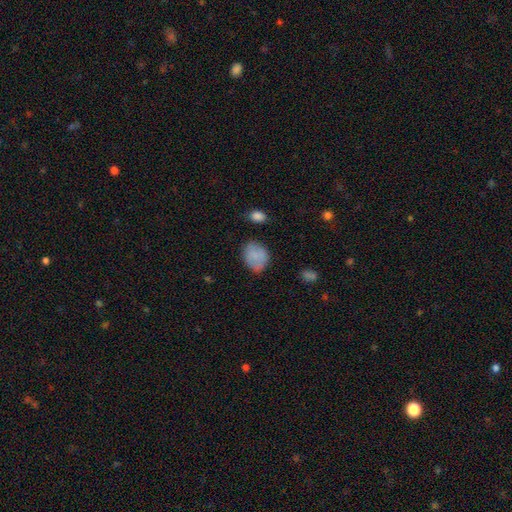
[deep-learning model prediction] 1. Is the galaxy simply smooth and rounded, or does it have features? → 82% smooth, 10% featured or disk, 8% star or artifact.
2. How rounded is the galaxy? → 61% in between, 38% round, 1% cigar-shaped.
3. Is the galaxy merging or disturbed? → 69% none, 22% minor disturbance, 6% major disturbance, 3% merger.